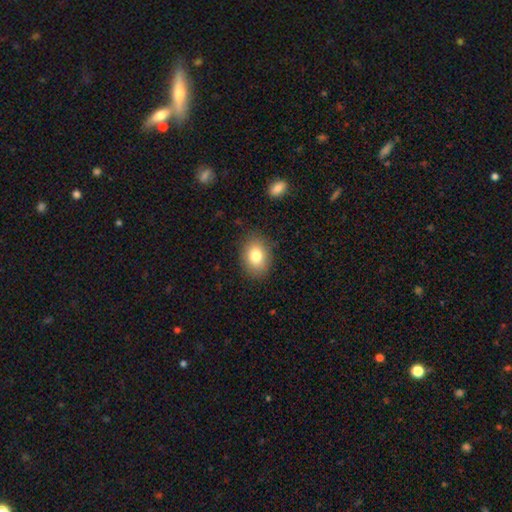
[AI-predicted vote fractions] This is clearly a smooth galaxy (80%). How rounded: likely in between (67%). Merging: clearly none (85%).